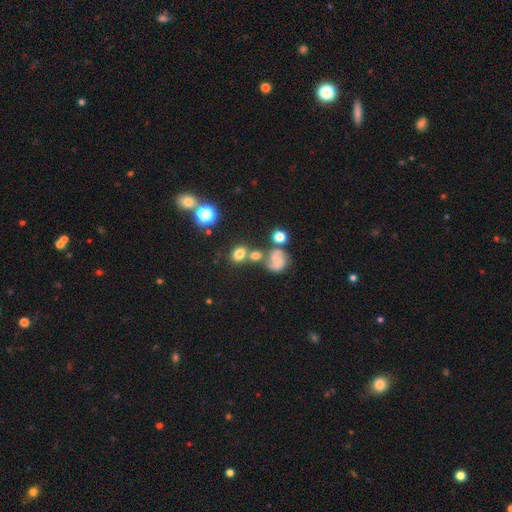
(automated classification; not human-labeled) smooth-or-featured: smooth: 56% | featured or disk: 29% | star or artifact: 15%
  how-rounded: round: 53% | in between: 45% | cigar-shaped: 2%
  merging: none: 53% | merger: 26% | minor disturbance: 14% | major disturbance: 7%